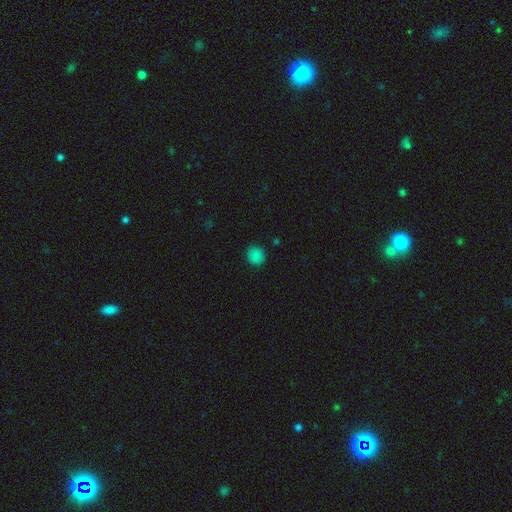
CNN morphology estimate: Smooth or featured: smooth — 85% (star or artifact — 12%)
How rounded: round — 89% (in between — 10%)
Merging: none — 89% (minor disturbance — 8%)